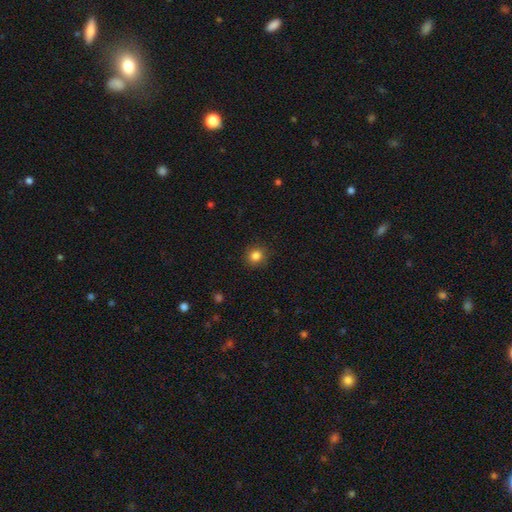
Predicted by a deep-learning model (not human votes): A smooth galaxy with no disk features (84%) that is round (86%). Merging: none (89%).